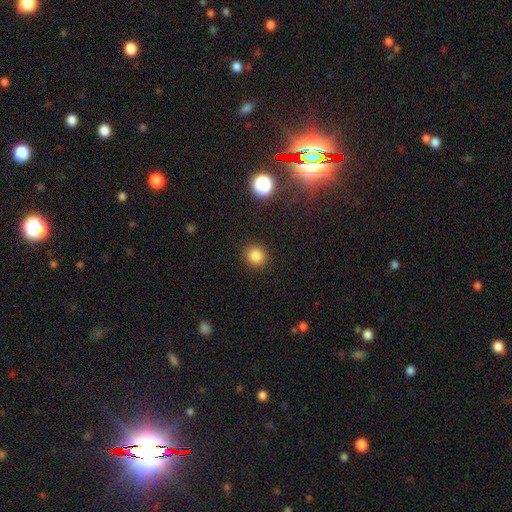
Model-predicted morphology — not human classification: This is clearly a smooth galaxy (84%). How rounded: clearly round (90%). Merging: clearly none (91%).